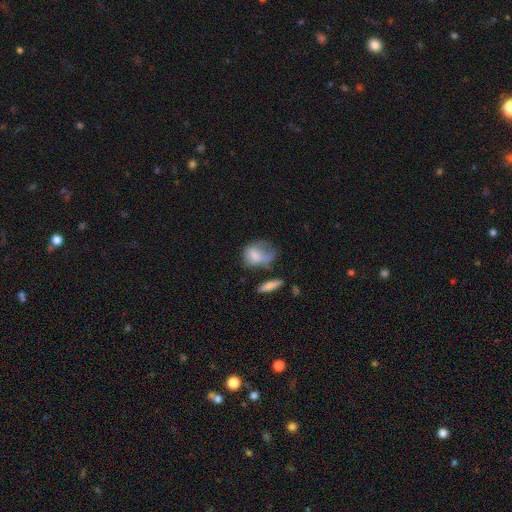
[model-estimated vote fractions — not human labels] Smooth or featured? smooth (69%)
How rounded? in between (67%)
Merging? major disturbance (32%)